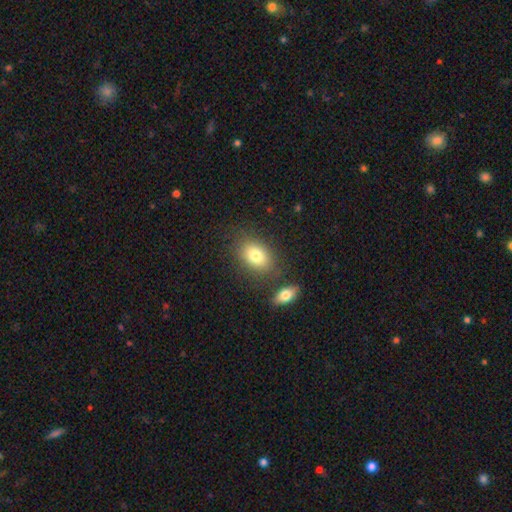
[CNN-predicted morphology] smooth 80%, featured or disk 11%, star or artifact 9%. Down the decision tree: how rounded — in between (77%); merging — none (75%).